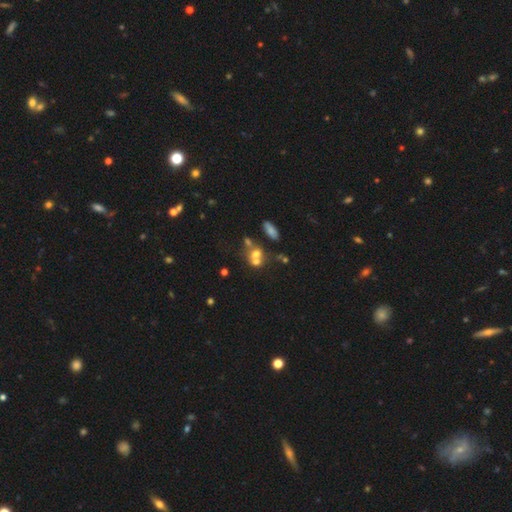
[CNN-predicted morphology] Overall: smooth (57%; featured or disk 27%). How rounded: round (56%; in between 42%). Merging: merger (53%; none 32%).